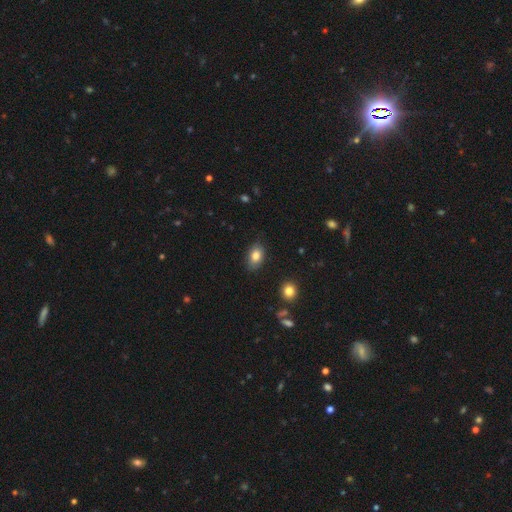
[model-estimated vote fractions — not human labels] smooth 82%, featured or disk 9%, star or artifact 8%. Down the decision tree: how rounded — in between (87%); merging — none (83%).